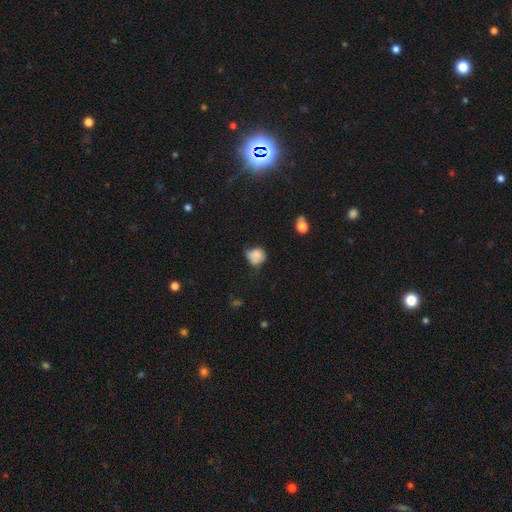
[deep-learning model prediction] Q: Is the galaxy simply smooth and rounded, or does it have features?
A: smooth — 79%.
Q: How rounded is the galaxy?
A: round — 75%.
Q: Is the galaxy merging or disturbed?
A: none — 47%.